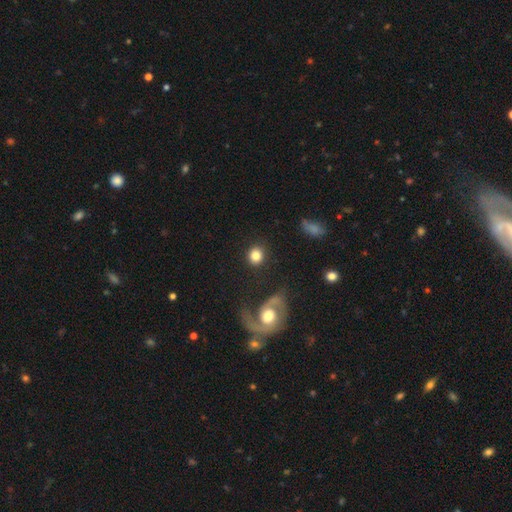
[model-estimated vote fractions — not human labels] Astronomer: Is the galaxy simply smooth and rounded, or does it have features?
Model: smooth — 80%.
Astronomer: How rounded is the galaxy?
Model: round — 86%.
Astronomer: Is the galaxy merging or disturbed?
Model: none — 85%.